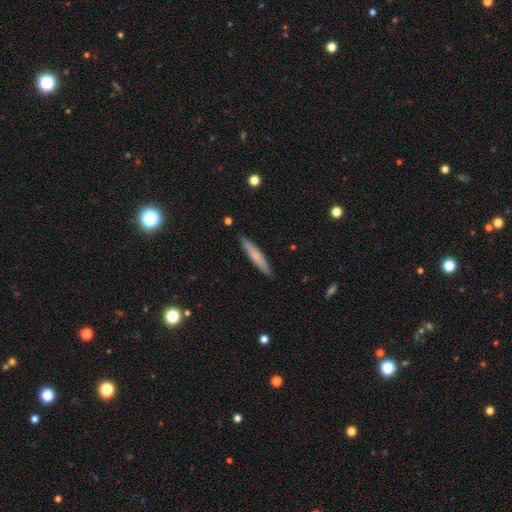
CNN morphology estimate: Smooth or featured: smooth — 68% (featured or disk — 26%)
How rounded: cigar-shaped — 93% (in between — 6%)
Merging: none — 90% (minor disturbance — 7%)